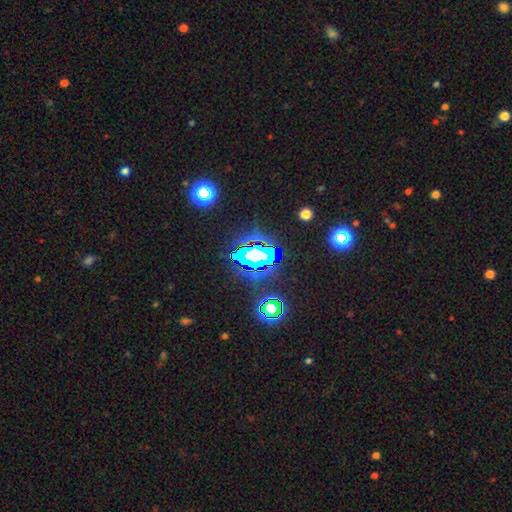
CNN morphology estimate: Smooth or featured? star or artifact (68%)